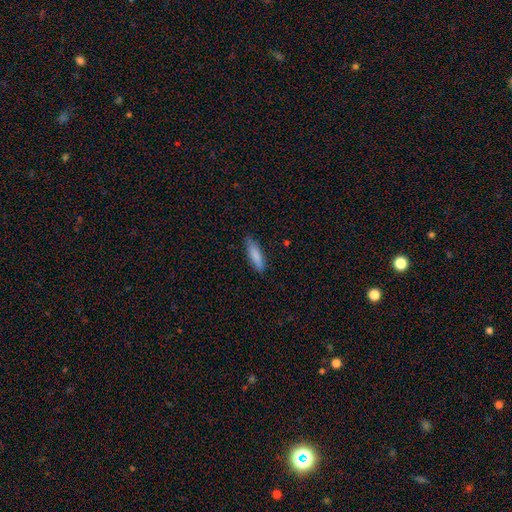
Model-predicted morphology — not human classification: A smooth galaxy with no disk features (86%) that is cigar-shaped (56%). Merging: none (82%).